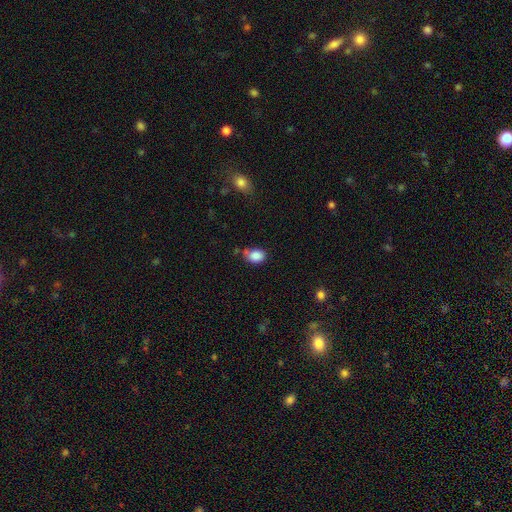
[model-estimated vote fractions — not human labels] Q: Smooth or featured?
A: smooth (86%); runner-up: star or artifact (9%)
Q: How rounded?
A: in between (64%); runner-up: round (35%)
Q: Merging?
A: none (57%); runner-up: minor disturbance (27%)